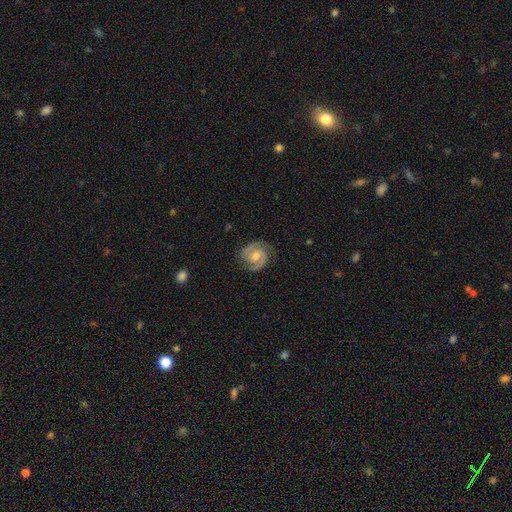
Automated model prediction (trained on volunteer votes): This appears to be a featured or disk galaxy (89%) with a weak bar (45%), 2 (93%) tight (47%) spiral arms (98%) and a moderate central bulge (65%). Merging: none (84%).